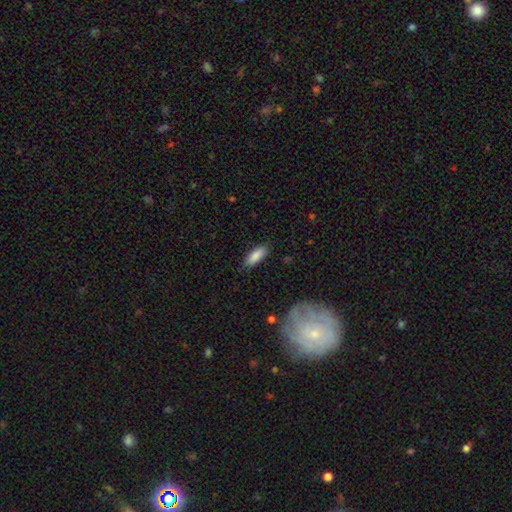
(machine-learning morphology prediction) smooth 87%, featured or disk 7%, star or artifact 6%. Down the decision tree: how rounded — in between (69%); merging — none (85%).